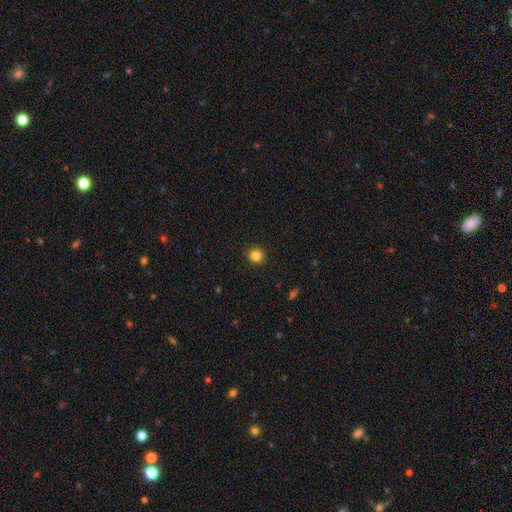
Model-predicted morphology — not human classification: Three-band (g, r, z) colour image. It shows a smooth galaxy with no disk features (84%) that is round (94%). Merging: none (93%).